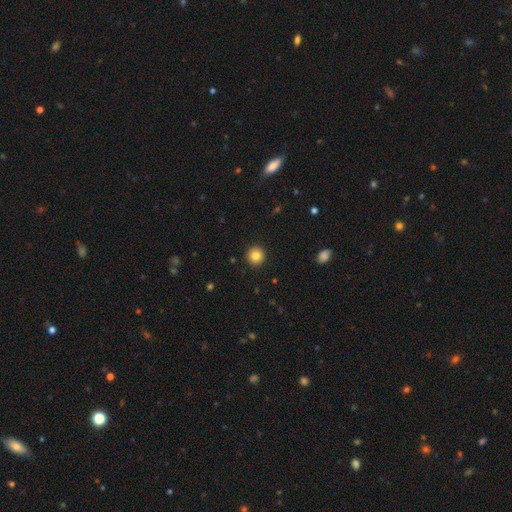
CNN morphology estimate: smooth_or_featured: smooth (p=0.84) [alt: star or artifact p=0.10]
how_rounded: round (p=0.96) [alt: in between p=0.03]
merging: none (p=0.93) [alt: minor disturbance p=0.04]